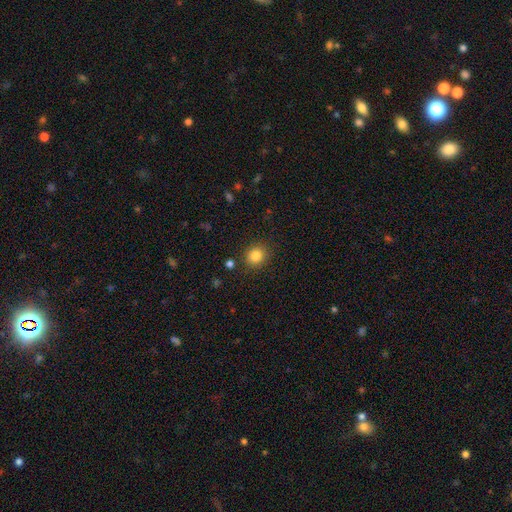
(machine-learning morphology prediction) smooth 83%, star or artifact 11%, featured or disk 5%. Down the decision tree: how rounded — round (81%); merging — none (87%).